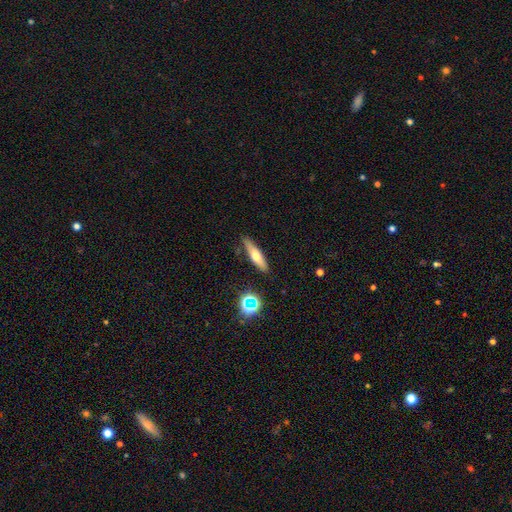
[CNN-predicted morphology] A smooth galaxy with no disk features (51%) that is cigar-shaped (72%).

Vote fractions:
- Smooth or featured? smooth: 51% / featured or disk: 40% / star or artifact: 9%
- How rounded? cigar-shaped: 72% / in between: 25% / round: 3%
- Merging? none: 83% / minor disturbance: 12% / major disturbance: 3% / merger: 3%